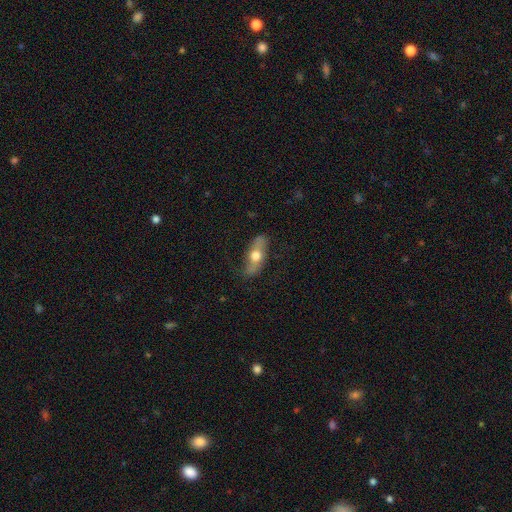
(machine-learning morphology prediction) Smooth or featured: smooth — 47% (featured or disk — 46%)
Merging: none — 76% (minor disturbance — 18%)